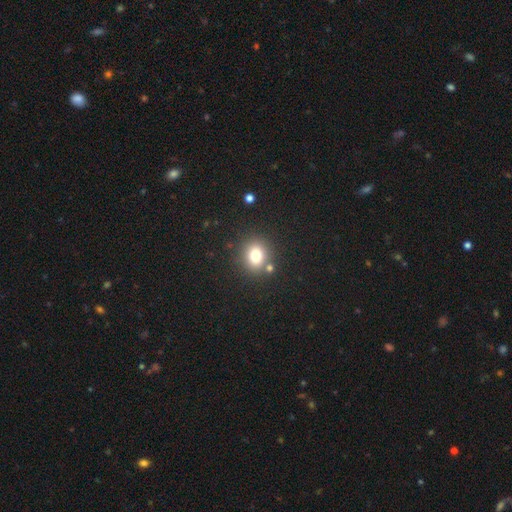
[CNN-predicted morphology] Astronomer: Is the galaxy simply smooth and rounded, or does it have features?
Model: smooth — 76%.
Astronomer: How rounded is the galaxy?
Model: round — 72%.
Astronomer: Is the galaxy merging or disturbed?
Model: none — 79%.